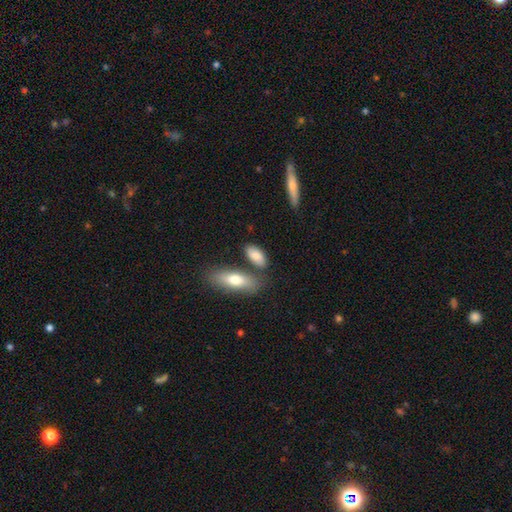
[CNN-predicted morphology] Q: Smooth or featured?
A: smooth (80%); runner-up: featured or disk (13%)
Q: How rounded?
A: in between (84%); runner-up: cigar-shaped (12%)
Q: Merging?
A: none (63%); runner-up: merger (16%)